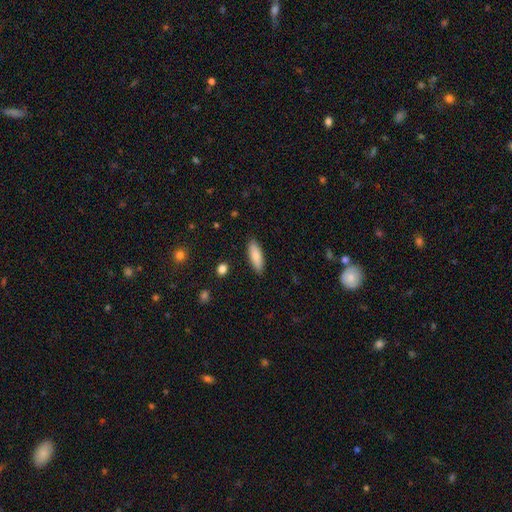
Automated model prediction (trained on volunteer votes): This appears to be a smooth galaxy with no disk features (84%) that is in between round and cigar-shaped (57%). Merging: none (89%).